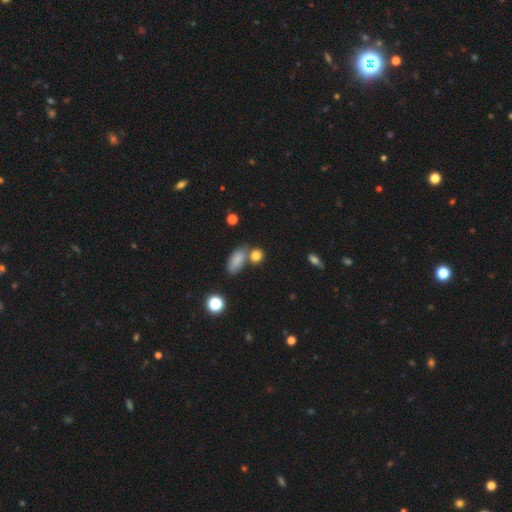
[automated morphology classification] Smooth or featured? Predicted: smooth (p=0.80). How rounded? Predicted: round (p=0.61). Merging? Predicted: none (p=0.60).